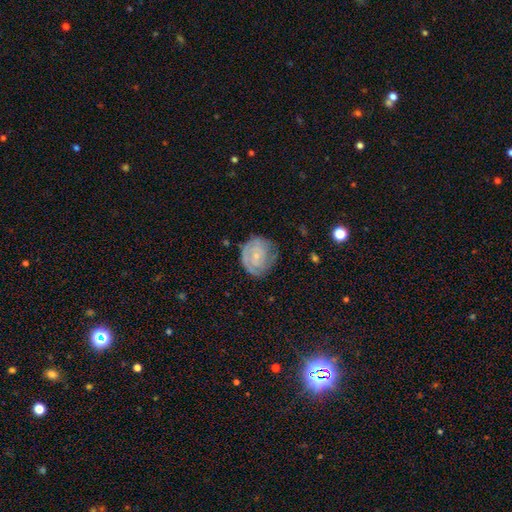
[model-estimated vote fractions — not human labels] Morphology: type=featured or disk (63%); edge-on=no (97%); bar=no (69%); spiral arms=yes (83%); winding=tight (65%); arm count=can't tell (42%); bulge=small (75%); merging=none (63%).